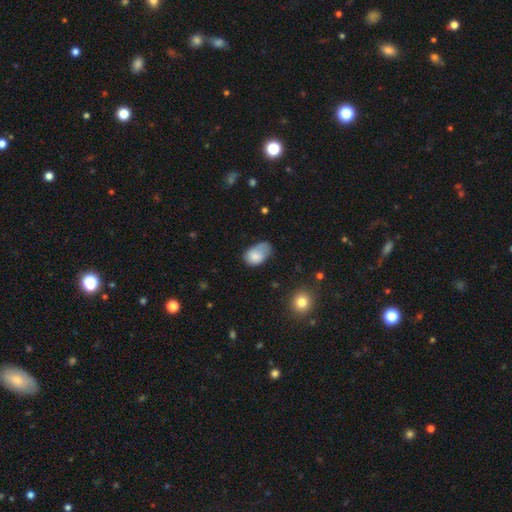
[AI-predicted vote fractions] This is likely a smooth galaxy (74%). How rounded: clearly in between (88%). Merging: marginally minor disturbance (38%, tied with none).